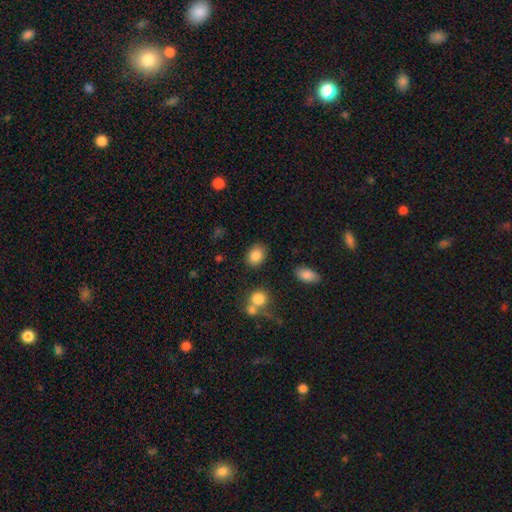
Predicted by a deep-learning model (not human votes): The model was most divided on "how rounded": in between: 57%, round: 42%, cigar-shaped: 1%. More confident: smooth or featured — smooth (85%); merging — none (82%).